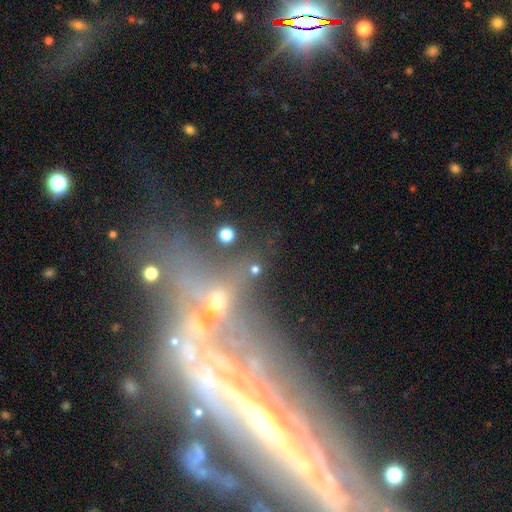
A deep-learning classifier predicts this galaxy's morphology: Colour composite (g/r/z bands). It shows a featured or disk galaxy (54%). Merging: major disturbance (32%).